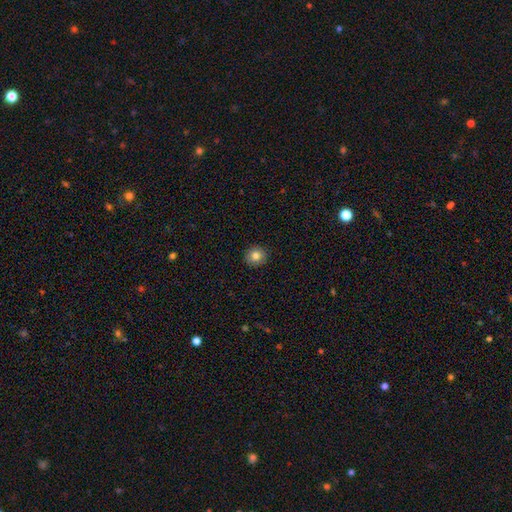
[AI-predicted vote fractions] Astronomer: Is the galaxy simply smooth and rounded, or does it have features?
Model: smooth — 81%.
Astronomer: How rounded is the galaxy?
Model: round — 93%.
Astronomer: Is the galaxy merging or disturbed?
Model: none — 92%.